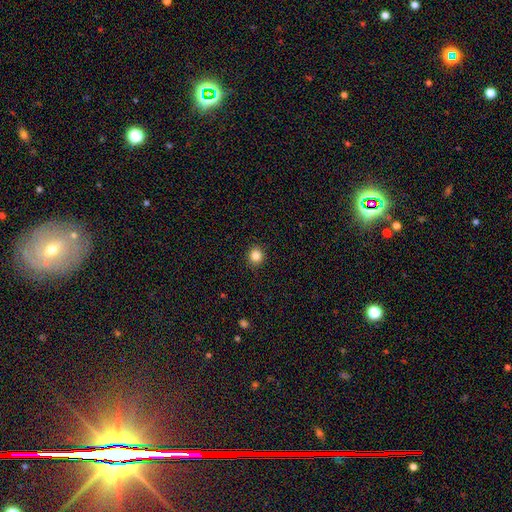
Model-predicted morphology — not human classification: The model was most divided on "smooth or featured": smooth: 84%, star or artifact: 11%, featured or disk: 5%. More confident: merging — none (92%); how rounded — round (86%).